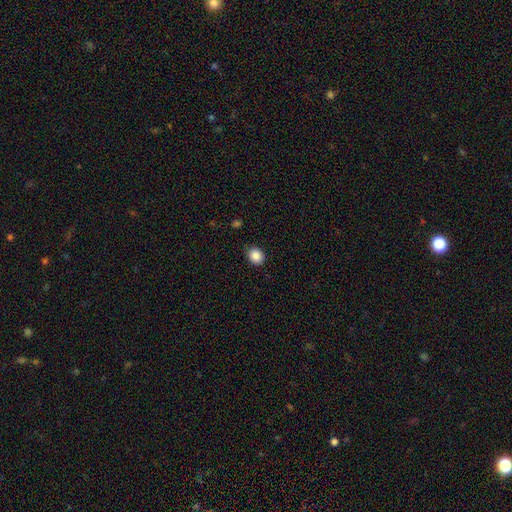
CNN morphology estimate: smooth-or-featured: smooth: 87% | star or artifact: 9% | featured or disk: 4%
  how-rounded: round: 59% | in between: 40% | cigar-shaped: 1%
  merging: none: 85% | minor disturbance: 11% | major disturbance: 2% | merger: 1%